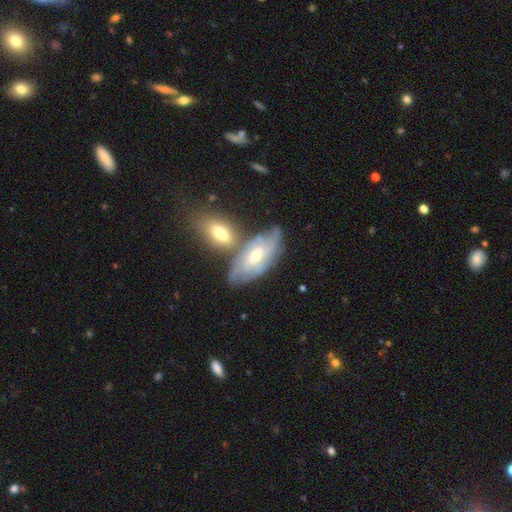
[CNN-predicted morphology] The model was most divided on "bulge size": moderate: 48%, small: 45%, large: 3%, none: 2%, dominant: 1%. Remaining: edge-on disk — no (87%); spiral arms — yes (81%); smooth or featured — featured or disk (68%); merging — none (51%); bar — weak (45%).